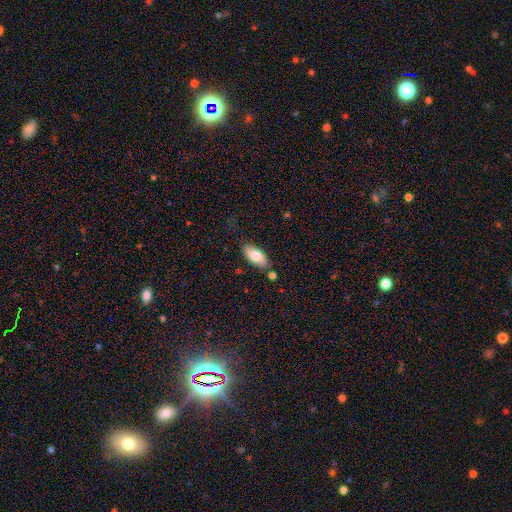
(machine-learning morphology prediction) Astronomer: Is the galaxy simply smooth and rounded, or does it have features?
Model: smooth — 72%.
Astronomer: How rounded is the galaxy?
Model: in between — 89%.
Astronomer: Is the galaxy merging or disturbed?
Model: none — 75%.